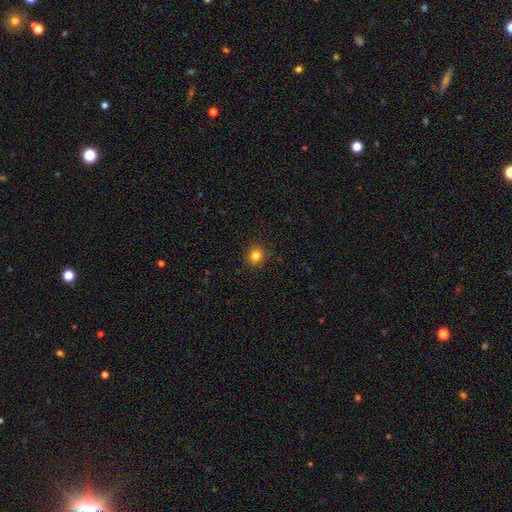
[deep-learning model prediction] smooth_or_featured: smooth (p=0.83) [alt: star or artifact p=0.12]
how_rounded: round (p=0.89) [alt: in between p=0.10]
merging: none (p=0.91) [alt: minor disturbance p=0.06]